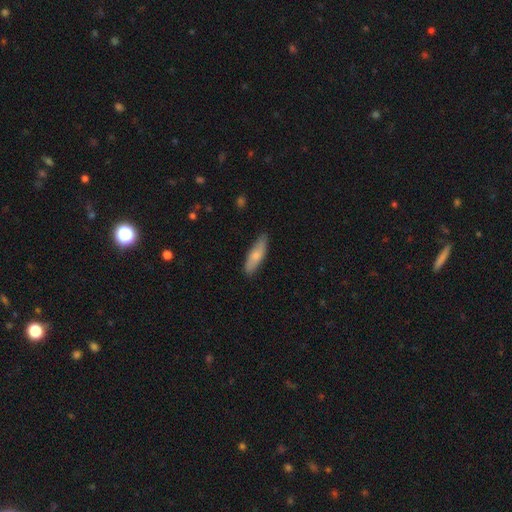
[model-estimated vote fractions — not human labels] A smooth galaxy with no disk features (73%) that is cigar-shaped (60%). Merging: none (84%).